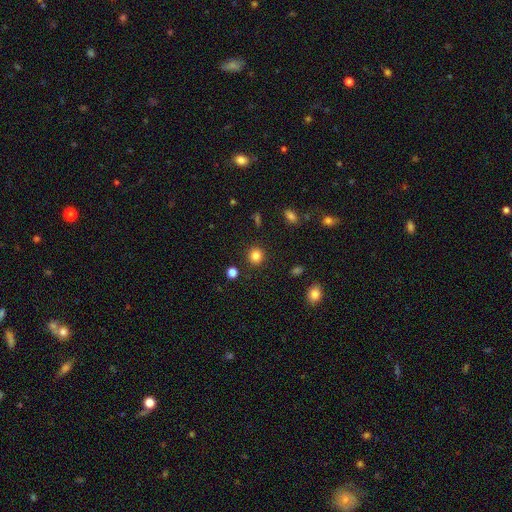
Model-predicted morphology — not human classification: smooth 84%, star or artifact 12%, featured or disk 5%. Down the decision tree: how rounded — round (89%); merging — none (90%).